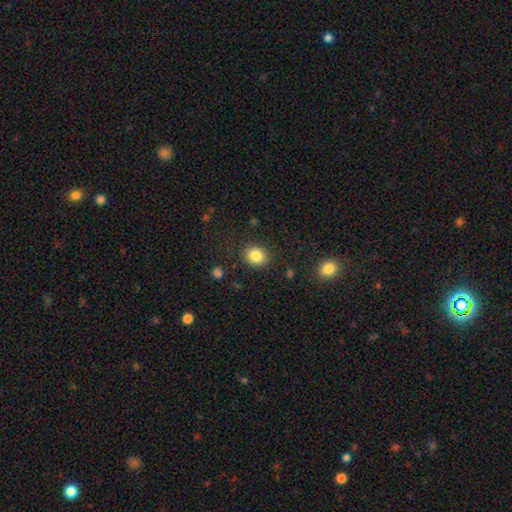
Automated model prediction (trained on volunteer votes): Smooth or featured? Predicted: smooth (p=0.84). How rounded? Predicted: round (p=0.66). Merging? Predicted: none (p=0.87).